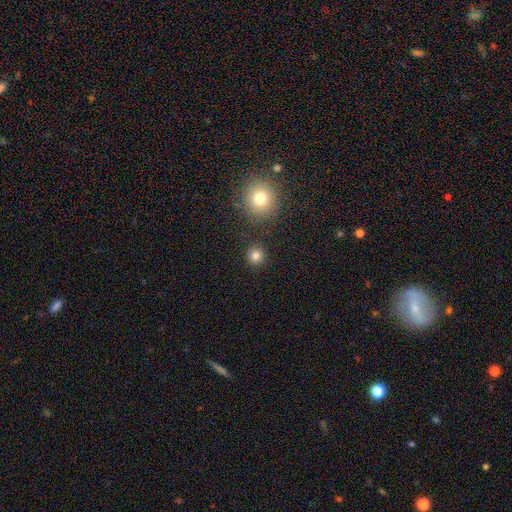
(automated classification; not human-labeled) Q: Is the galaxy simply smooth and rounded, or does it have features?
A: smooth — 82%.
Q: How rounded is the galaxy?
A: round — 93%.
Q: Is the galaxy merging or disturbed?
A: none — 88%.